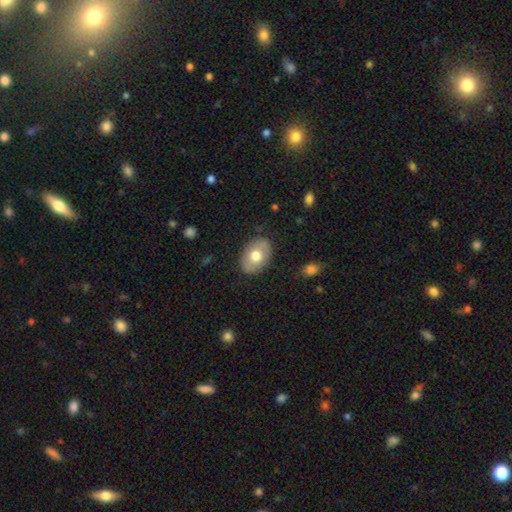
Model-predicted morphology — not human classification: Smooth or featured? smooth (66%)
How rounded? in between (83%)
Merging? none (84%)